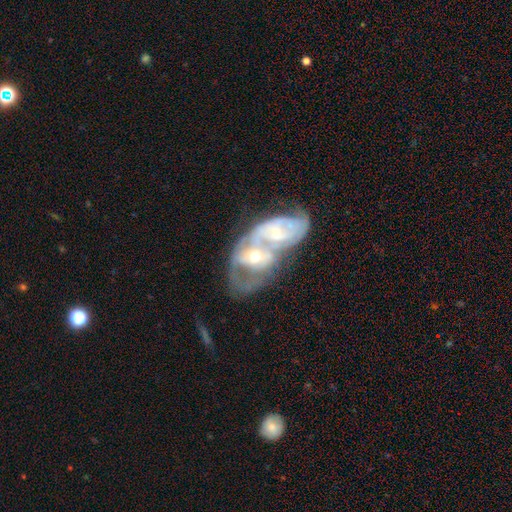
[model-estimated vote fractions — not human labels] This is likely a featured or disk galaxy (77%). It is clearly not viewed edge-on (95%). Bar: possibly no (51%). Spiral arm pattern: likely yes (77%). Spiral arm count: possibly 2 (53%). Spiral winding: marginally medium (41%). Central bulge: possibly moderate (52%). Merging: likely merger (78%).